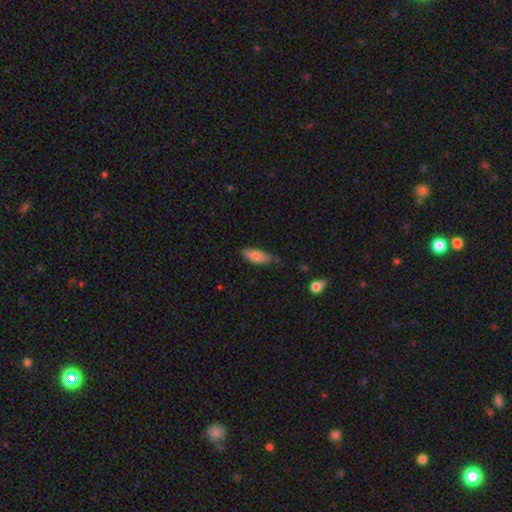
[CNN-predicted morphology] Smooth or featured?
  - smooth: 74% *
  - featured or disk: 19%
  - star or artifact: 7%
How rounded?
  - in between: 76% *
  - cigar-shaped: 22%
  - round: 2%
Merging?
  - none: 56% *
  - minor disturbance: 35%
  - major disturbance: 7%
  - merger: 2%